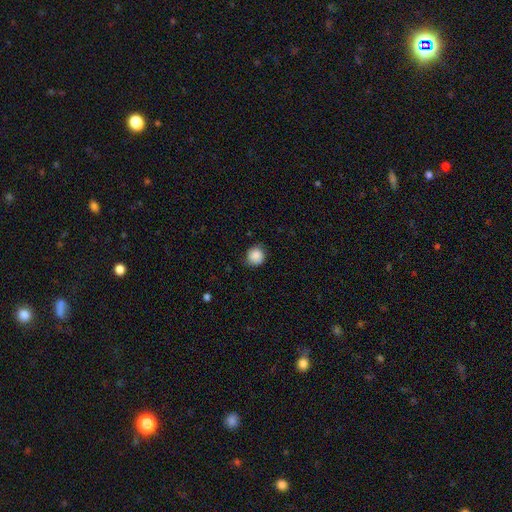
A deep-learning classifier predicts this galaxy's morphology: A smooth galaxy with no disk features (87%) that is round (89%). Merging: none (78%).